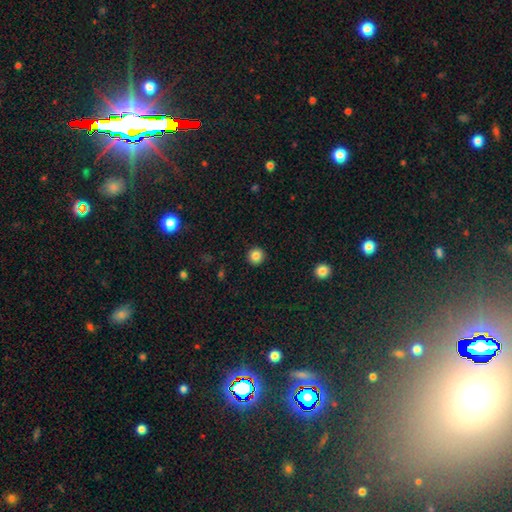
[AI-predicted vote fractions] Smooth or featured: smooth — 85% (star or artifact — 11%)
How rounded: round — 95% (in between — 4%)
Merging: none — 93% (minor disturbance — 5%)